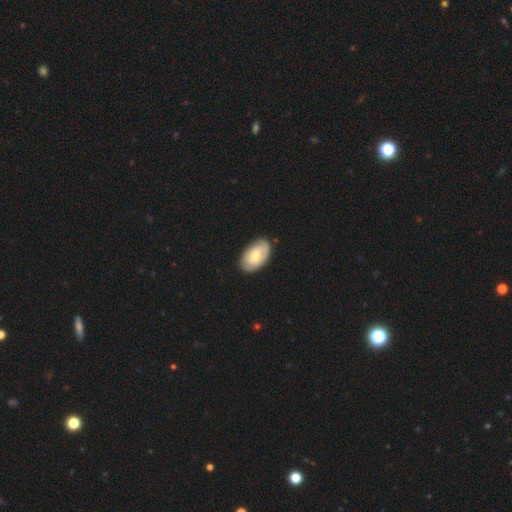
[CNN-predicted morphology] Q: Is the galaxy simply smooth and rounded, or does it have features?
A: smooth — 49%.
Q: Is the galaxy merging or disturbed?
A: none — 82%.